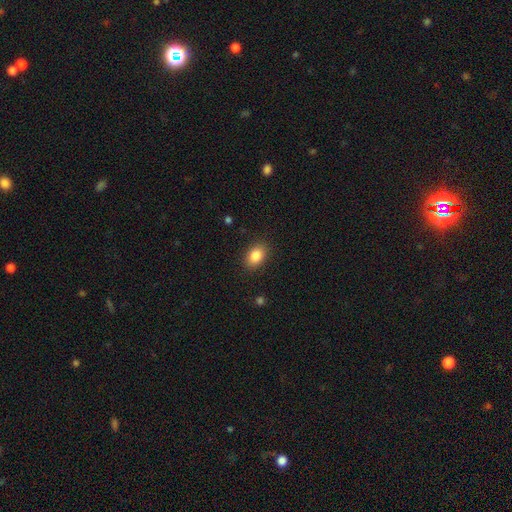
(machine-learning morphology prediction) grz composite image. It shows a smooth galaxy with no disk features (85%) that is in between round and cigar-shaped (78%). Merging: none (88%).